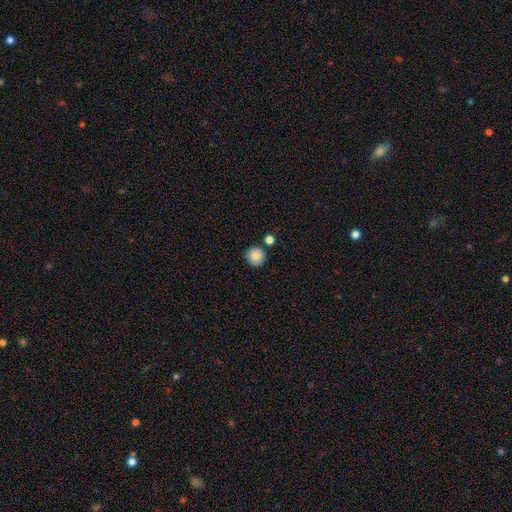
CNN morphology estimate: The model was most divided on "merging": none: 83%, merger: 7%, minor disturbance: 7%, major disturbance: 2%. More confident: how rounded — round (94%); smooth or featured — smooth (85%).